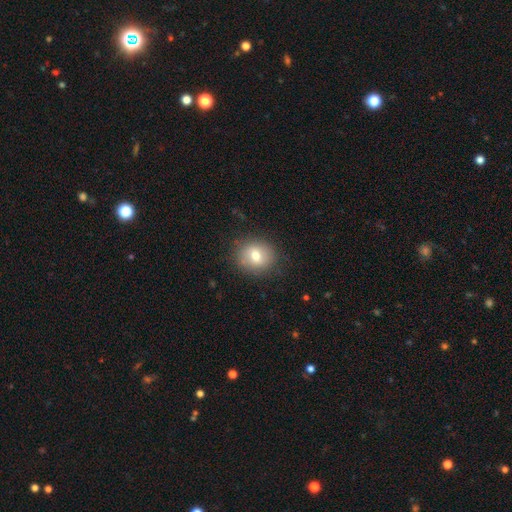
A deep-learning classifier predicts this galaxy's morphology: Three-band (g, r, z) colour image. It shows a smooth galaxy with no disk features (73%) that is round (78%). Merging: none (85%).